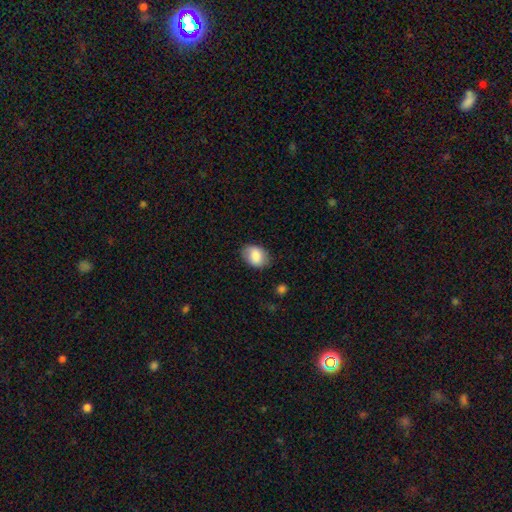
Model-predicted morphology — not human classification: A smooth galaxy with no disk features (83%) that is in between round and cigar-shaped (72%). Merging: none (78%).